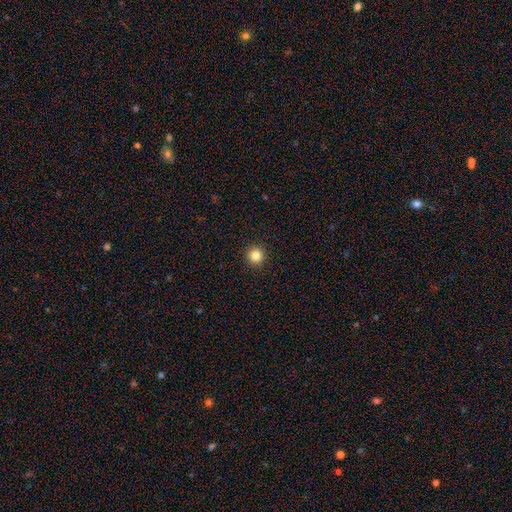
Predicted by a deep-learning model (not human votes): Smooth or featured? Predicted: smooth (p=0.83). How rounded? Predicted: round (p=0.95). Merging? Predicted: none (p=0.93).